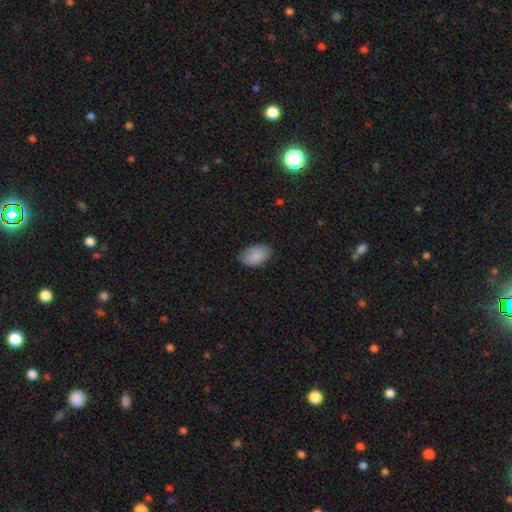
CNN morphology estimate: type=smooth (88%); roundness=in between (90%); merging=none (80%).